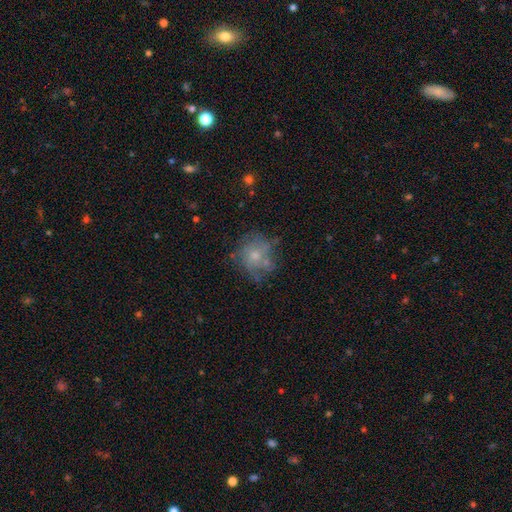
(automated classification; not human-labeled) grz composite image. It shows a smooth galaxy with no disk features (46%). Merging: none (56%).